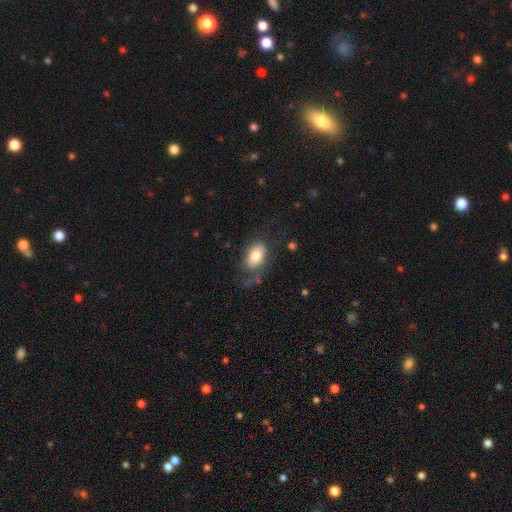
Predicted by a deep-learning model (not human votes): Overall: smooth (78%). How rounded: in between (91%). Merging: none (50%; minor disturbance 23%).